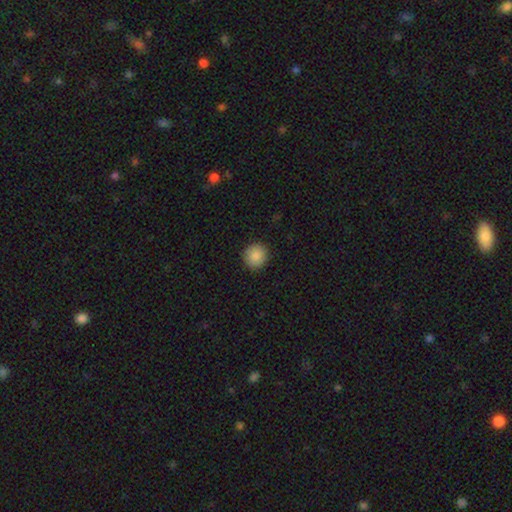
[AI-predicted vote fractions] smooth-or-featured: smooth: 89% | star or artifact: 8% | featured or disk: 3%
  how-rounded: round: 92% | in between: 7% | cigar-shaped: 1%
  merging: none: 92% | minor disturbance: 6% | major disturbance: 2% | merger: 1%